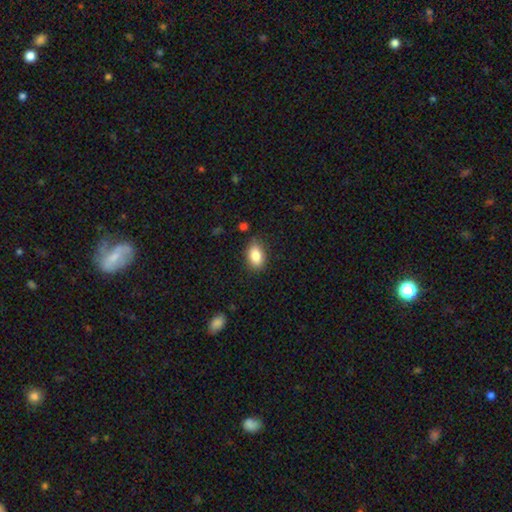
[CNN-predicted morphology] Smooth or featured?
  - smooth: 85% *
  - star or artifact: 8%
  - featured or disk: 7%
How rounded?
  - in between: 87% *
  - round: 12%
  - cigar-shaped: 2%
Merging?
  - none: 81% *
  - minor disturbance: 15%
  - major disturbance: 3%
  - merger: 2%